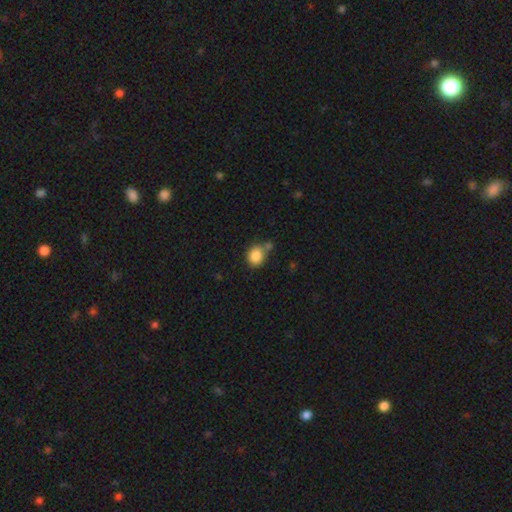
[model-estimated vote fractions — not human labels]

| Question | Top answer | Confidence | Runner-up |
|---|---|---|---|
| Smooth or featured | smooth | 86% | star or artifact (9%) |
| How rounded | round | 65% | in between (34%) |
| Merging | none | 59% | merger (20%) |